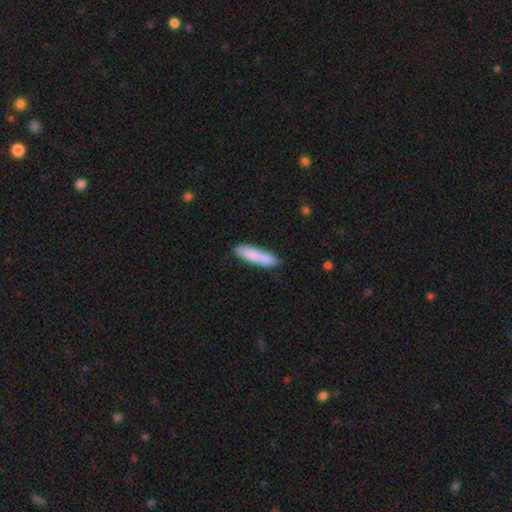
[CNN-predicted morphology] The model was most divided on "how rounded": cigar-shaped: 80%, in between: 18%, round: 1%. More confident: smooth or featured — smooth (84%); merging — none (82%).